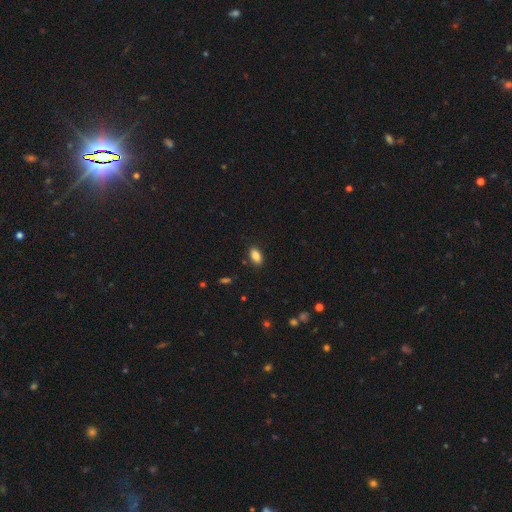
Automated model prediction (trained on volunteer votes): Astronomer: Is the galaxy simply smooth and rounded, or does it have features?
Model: smooth — 86%.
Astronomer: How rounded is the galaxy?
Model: in between — 91%.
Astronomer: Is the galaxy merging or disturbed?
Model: none — 87%.